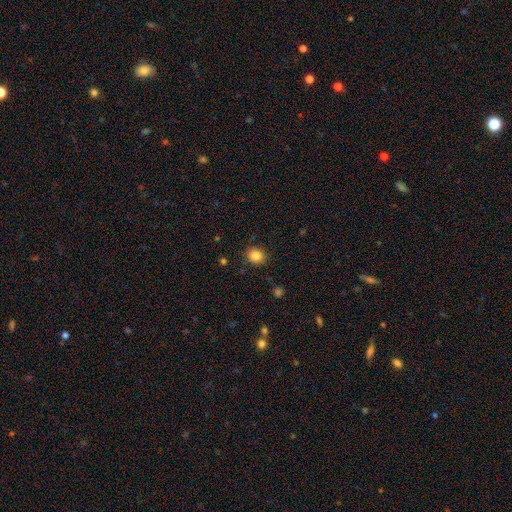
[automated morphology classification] This is clearly a smooth galaxy (85%). How rounded: likely round (71%). Merging: clearly none (87%).